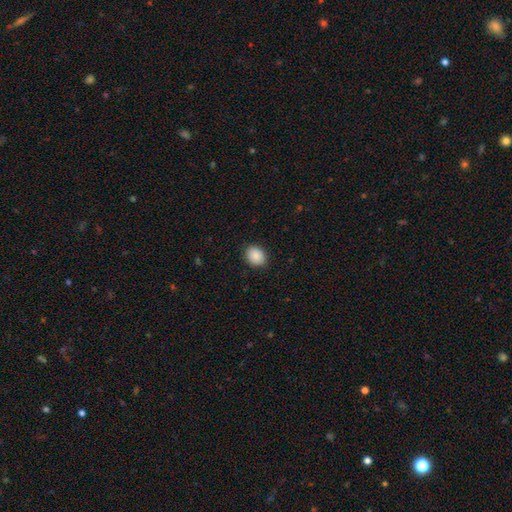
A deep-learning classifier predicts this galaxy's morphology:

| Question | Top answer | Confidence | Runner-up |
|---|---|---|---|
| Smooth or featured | smooth | 89% | star or artifact (8%) |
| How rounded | in between | 51% | round (48%) |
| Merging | none | 89% | minor disturbance (8%) |